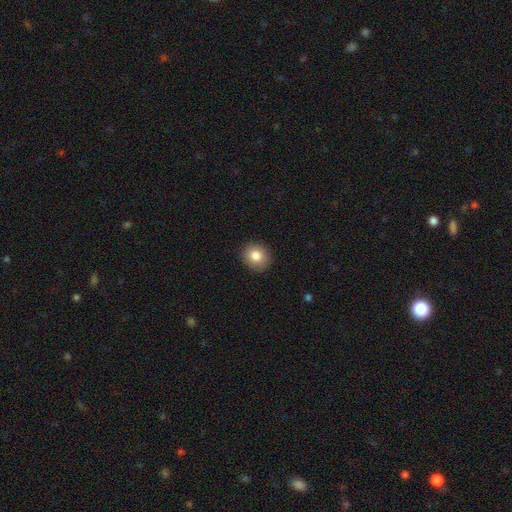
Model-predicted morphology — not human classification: The model was most divided on "how rounded": round: 77%, in between: 22%, cigar-shaped: 1%. More confident: merging — none (90%); smooth or featured — smooth (84%).